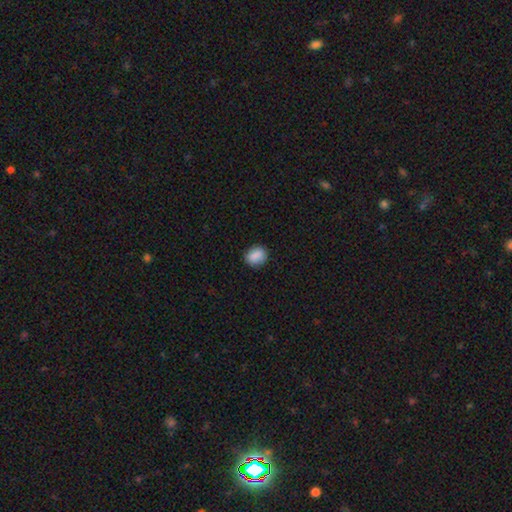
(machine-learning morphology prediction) A smooth galaxy with no disk features (88%) that is round (52%).

Vote fractions:
- Smooth or featured? smooth: 88% / star or artifact: 8% / featured or disk: 4%
- How rounded? round: 52% / in between: 46% / cigar-shaped: 1%
- Merging? none: 86% / minor disturbance: 11% / major disturbance: 2% / merger: 1%